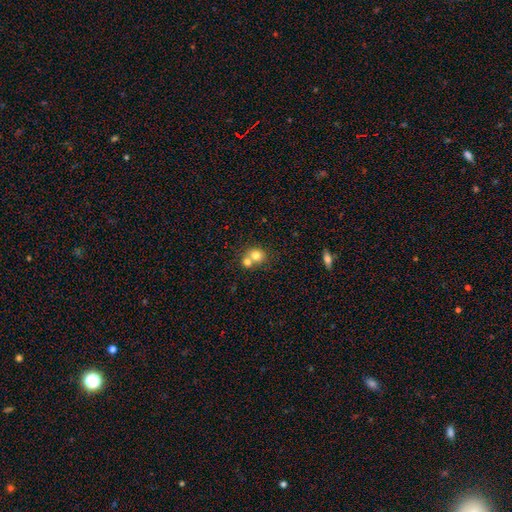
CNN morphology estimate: The model was most divided on "merging": merger: 55%, none: 37%, minor disturbance: 6%, major disturbance: 2%. More confident: how rounded — round (80%); smooth or featured — smooth (76%).